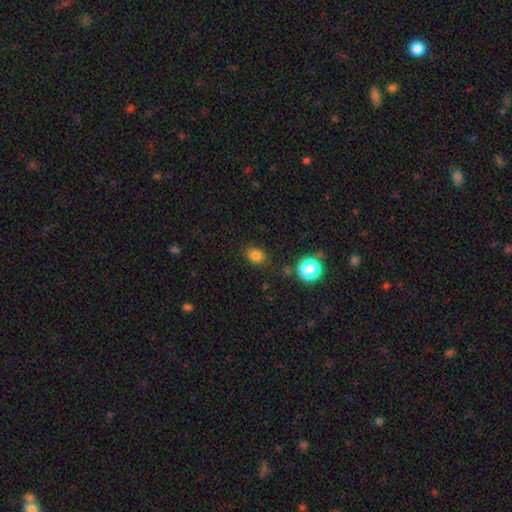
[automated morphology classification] A smooth galaxy with no disk features (79%) that is in between round and cigar-shaped (52%). Merging: none (82%).